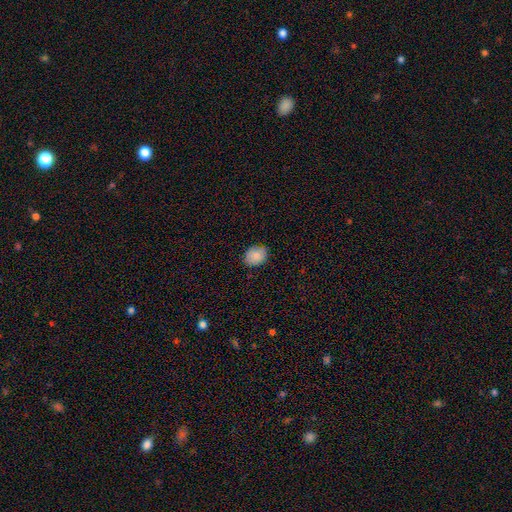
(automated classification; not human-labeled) Smooth or featured? smooth (87%)
How rounded? round (53%)
Merging? none (81%)